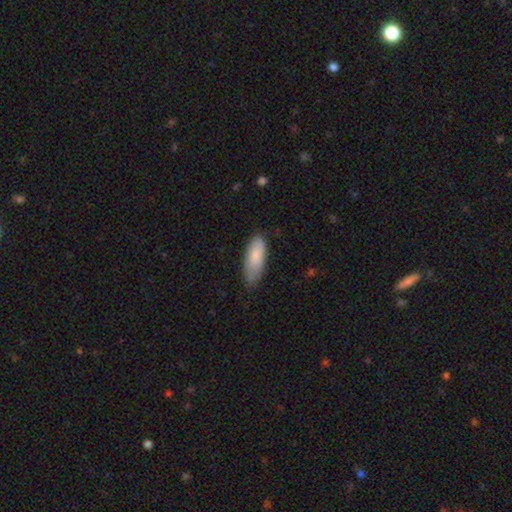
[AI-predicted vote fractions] The model was most divided on "merging": none: 67%, minor disturbance: 27%, major disturbance: 4%, merger: 1%. More confident: smooth or featured — smooth (83%); how rounded — in between (77%).